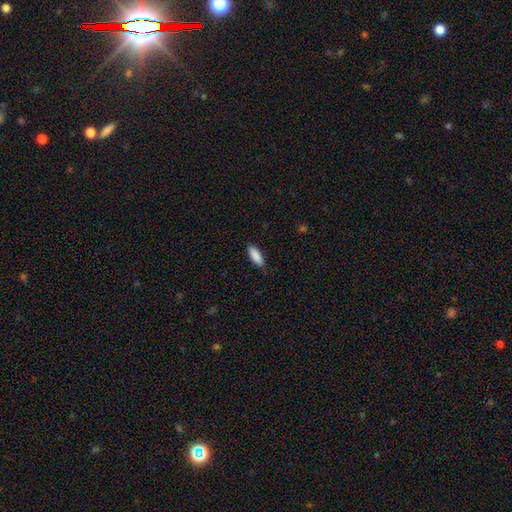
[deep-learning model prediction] smooth-or-featured: smooth: 89% | star or artifact: 6% | featured or disk: 5%
  how-rounded: in between: 65% | cigar-shaped: 33% | round: 2%
  merging: none: 86% | minor disturbance: 11% | major disturbance: 2% | merger: 1%